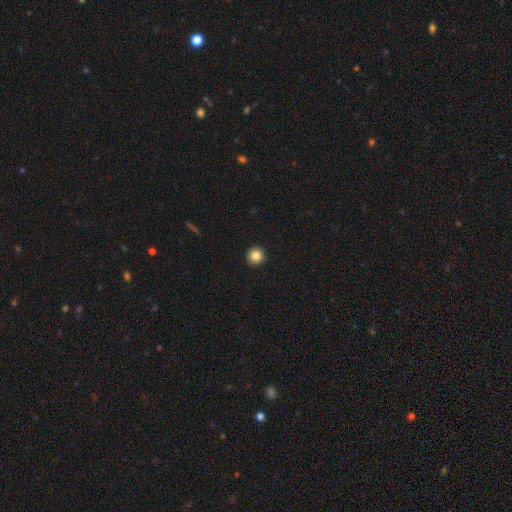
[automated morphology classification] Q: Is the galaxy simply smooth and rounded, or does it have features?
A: smooth — 86%.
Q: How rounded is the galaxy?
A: round — 96%.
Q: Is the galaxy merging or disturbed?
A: none — 94%.